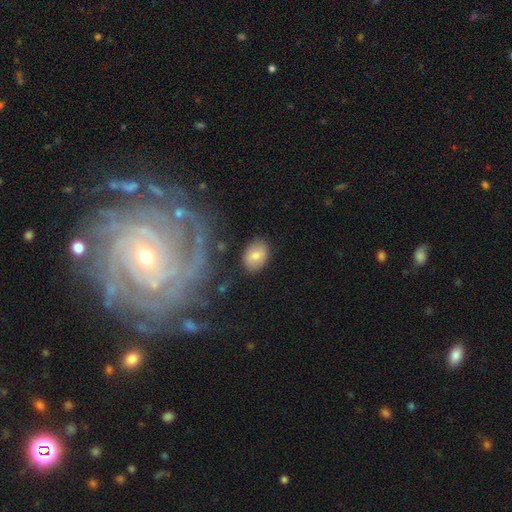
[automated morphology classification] Q: Smooth or featured?
A: smooth (77%); runner-up: featured or disk (15%)
Q: How rounded?
A: in between (72%); runner-up: round (27%)
Q: Merging?
A: none (81%); runner-up: minor disturbance (12%)